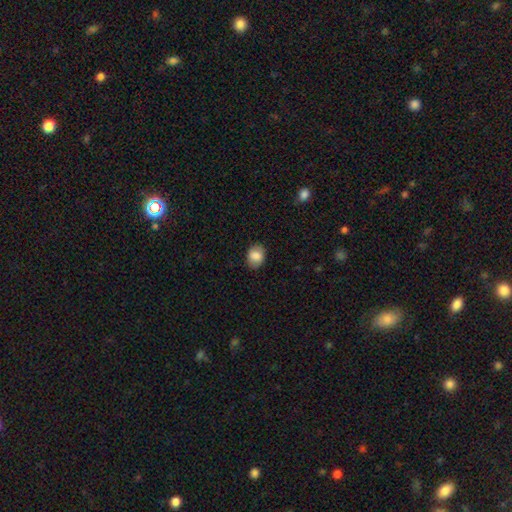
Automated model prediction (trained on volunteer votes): Q: Smooth or featured?
A: smooth (84%); runner-up: featured or disk (8%)
Q: How rounded?
A: in between (65%); runner-up: round (34%)
Q: Merging?
A: none (85%); runner-up: minor disturbance (12%)